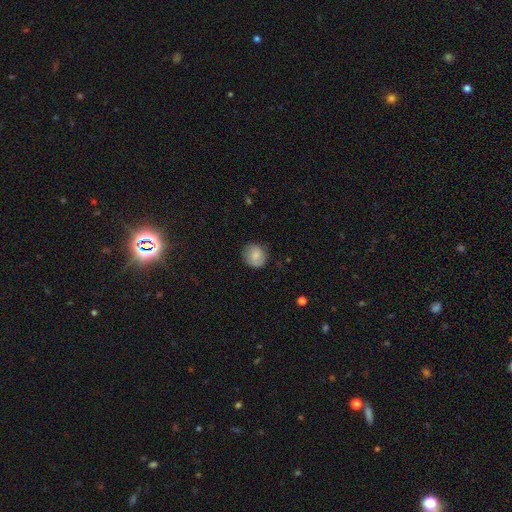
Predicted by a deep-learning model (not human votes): Overall: smooth (80%). How rounded: round (84%). Merging: none (81%).